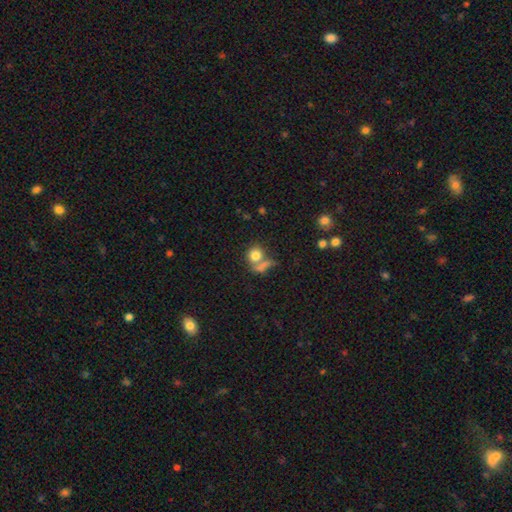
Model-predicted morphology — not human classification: Smooth or featured? smooth (78%)
How rounded? round (74%)
Merging? none (45%)